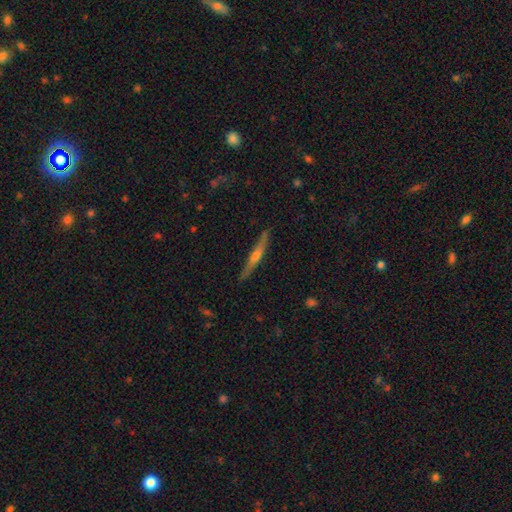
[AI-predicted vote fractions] The model was most divided on "smooth or featured": featured or disk: 70%, smooth: 24%, star or artifact: 6%. More confident: edge-on disk — yes (97%); merging — none (89%); edge-on bulge — rounded (81%).